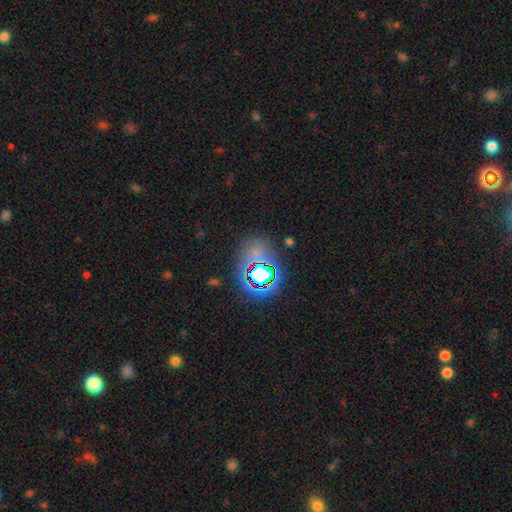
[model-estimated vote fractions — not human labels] smooth-or-featured: star or artifact: 60% | smooth: 27% | featured or disk: 14%